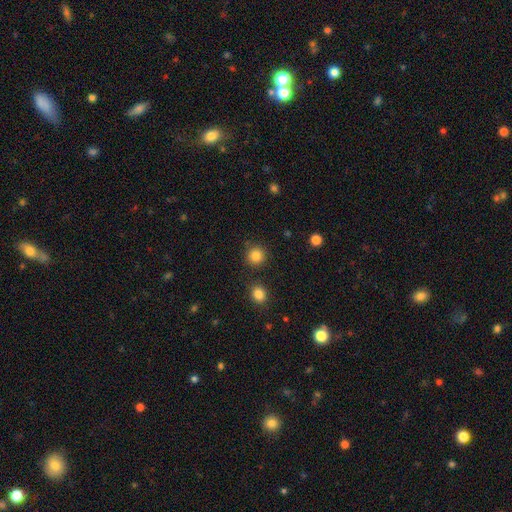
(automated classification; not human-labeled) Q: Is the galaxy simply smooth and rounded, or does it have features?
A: smooth — 84%.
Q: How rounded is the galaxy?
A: round — 93%.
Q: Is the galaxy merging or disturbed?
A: none — 88%.